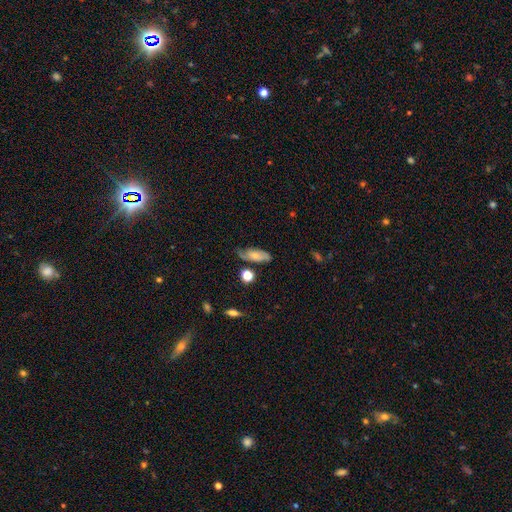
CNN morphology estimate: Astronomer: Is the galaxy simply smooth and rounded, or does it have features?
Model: featured or disk — 48% (runner-up: smooth, 43%).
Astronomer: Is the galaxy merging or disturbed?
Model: none — 61%.